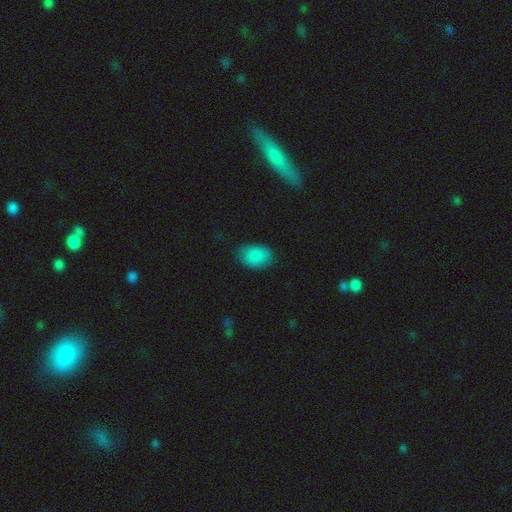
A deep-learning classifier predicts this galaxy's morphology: Smooth or featured: smooth — 87% (star or artifact — 8%)
How rounded: in between — 83% (round — 16%)
Merging: none — 74% (minor disturbance — 21%)